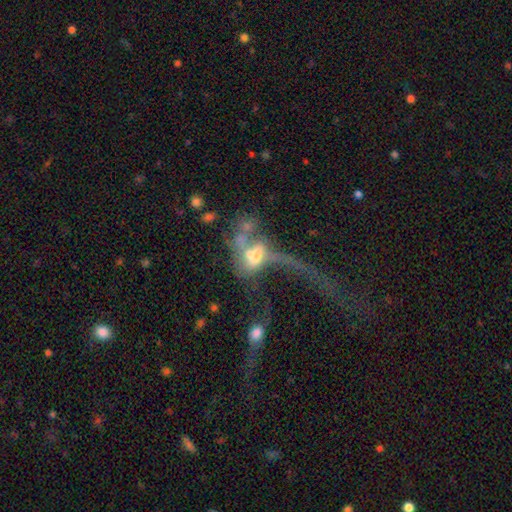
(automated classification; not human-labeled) A featured or disk galaxy (54%).

Vote fractions:
- Smooth or featured? featured or disk: 54% / smooth: 32% / star or artifact: 14%
- Edge-on disk? no: 86% / yes: 14%
- Merging? major disturbance: 47% / merger: 32% / none: 13% / minor disturbance: 8%